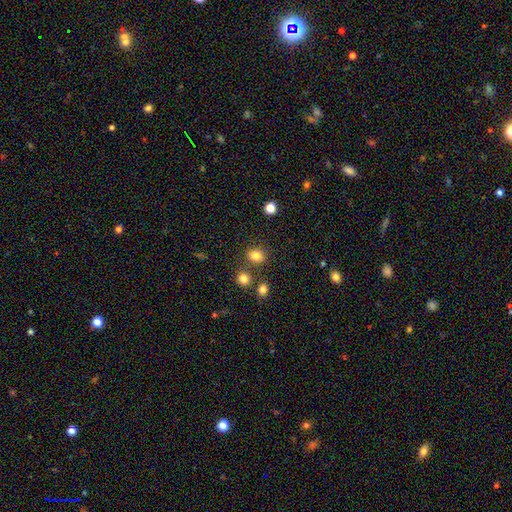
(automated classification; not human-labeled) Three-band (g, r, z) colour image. It shows a smooth galaxy with no disk features (82%) that is round (58%). Merging: none (76%).